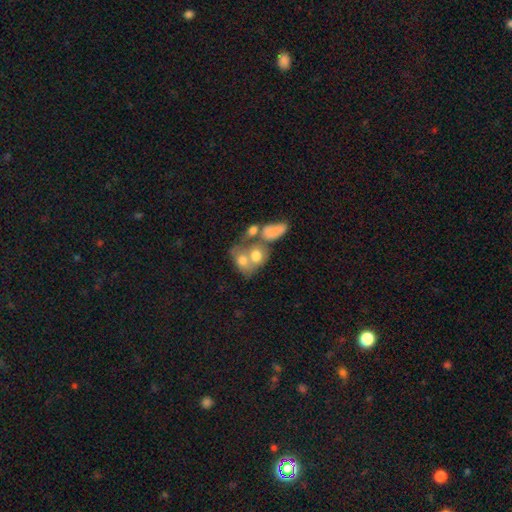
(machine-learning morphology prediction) type=smooth (63%); roundness=in between (58%); merging=merger (60%).